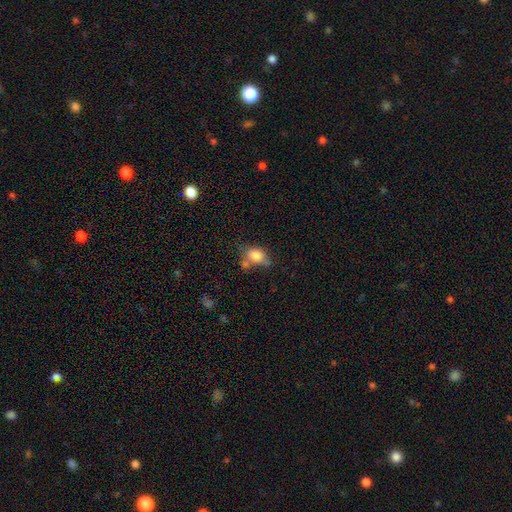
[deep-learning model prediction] A smooth galaxy with no disk features (78%) that is in between round and cigar-shaped (72%). Merging: none (40%).